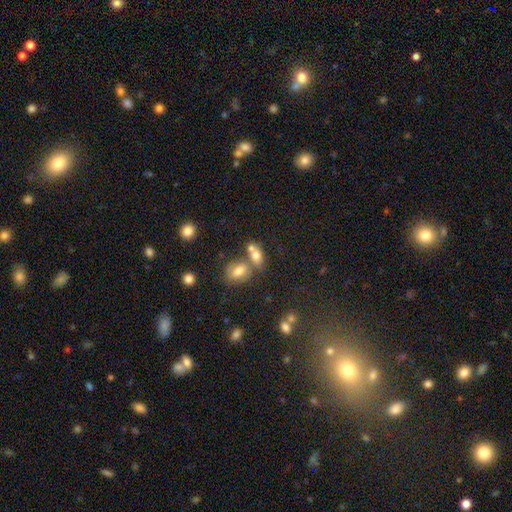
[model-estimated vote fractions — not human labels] Overall: smooth (73%). How rounded: in between (70%). Merging: merger (52%; none 33%).